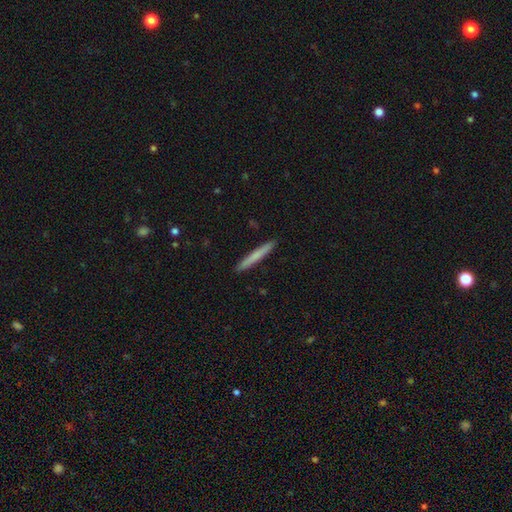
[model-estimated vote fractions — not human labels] smooth_or_featured: smooth (p=0.71) [alt: featured or disk p=0.24]
how_rounded: cigar-shaped (p=0.97) [alt: in between p=0.02]
merging: none (p=0.93) [alt: minor disturbance p=0.05]